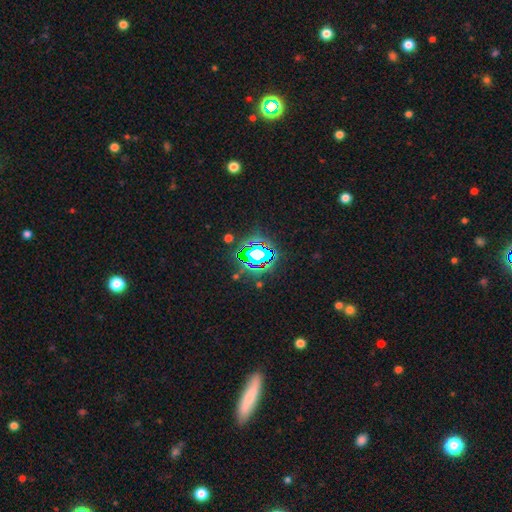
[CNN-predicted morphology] This appears to be a star or artifact, not a galaxy (70%).